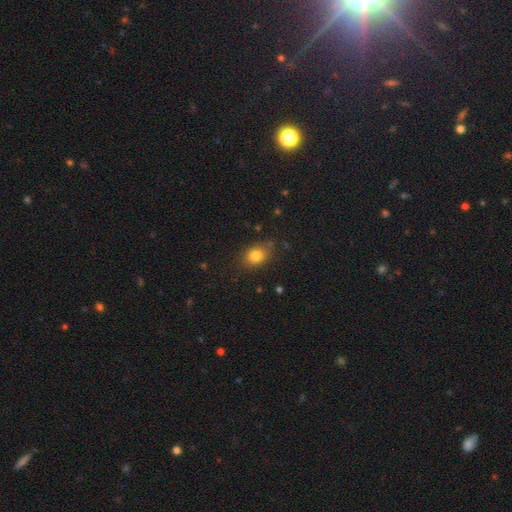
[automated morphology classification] smooth-or-featured: smooth: 82% | star or artifact: 11% | featured or disk: 7%
  how-rounded: in between: 51% | round: 48% | cigar-shaped: 1%
  merging: none: 78% | minor disturbance: 15% | major disturbance: 4% | merger: 2%